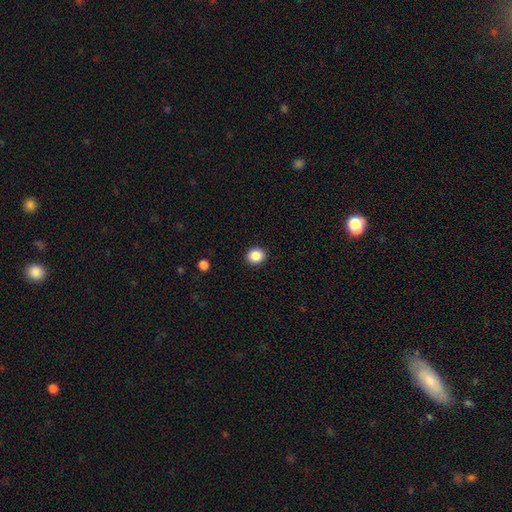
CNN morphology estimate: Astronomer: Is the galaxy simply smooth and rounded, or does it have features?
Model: smooth — 87%.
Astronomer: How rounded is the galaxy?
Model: round — 84%.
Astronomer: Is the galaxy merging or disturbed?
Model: none — 92%.